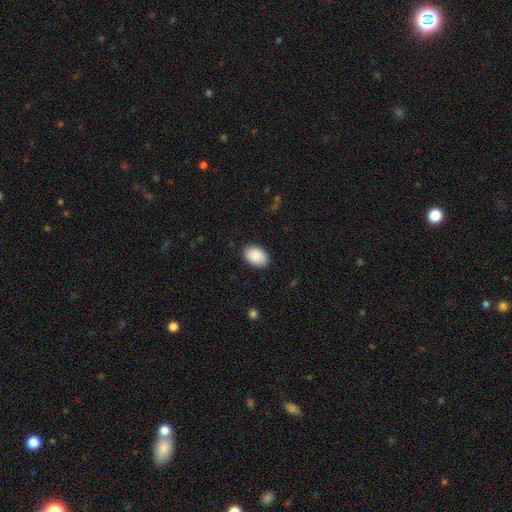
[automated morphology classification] A smooth galaxy with no disk features (90%) that is in between round and cigar-shaped (88%). Merging: none (87%).